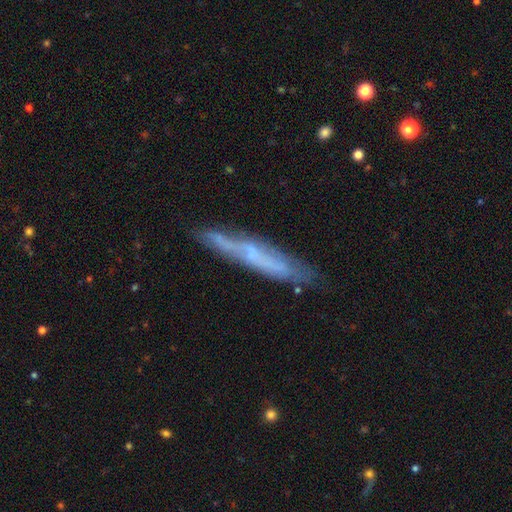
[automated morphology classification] smooth_or_featured: featured or disk (p=0.58) [alt: smooth p=0.34]
disk_edge_on: yes (p=0.75) [alt: no p=0.25]
merging: none (p=0.73) [alt: minor disturbance p=0.19]